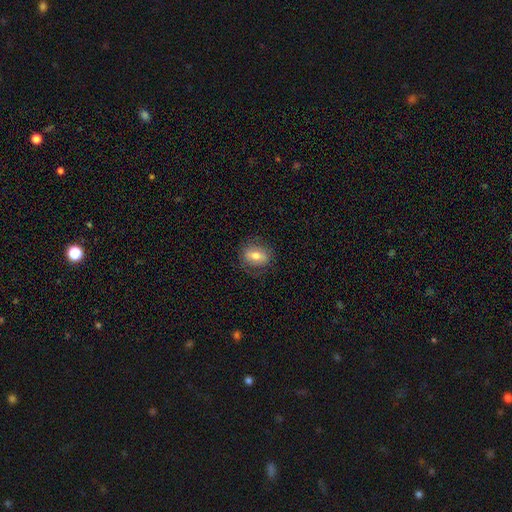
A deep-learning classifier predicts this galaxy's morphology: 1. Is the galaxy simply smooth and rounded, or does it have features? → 62% smooth, 29% featured or disk, 9% star or artifact.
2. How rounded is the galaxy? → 55% in between, 42% round, 2% cigar-shaped.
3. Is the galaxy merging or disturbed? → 80% none, 14% minor disturbance, 5% major disturbance, 1% merger.